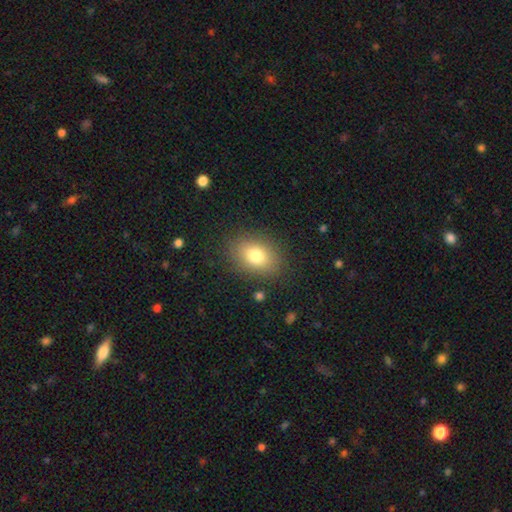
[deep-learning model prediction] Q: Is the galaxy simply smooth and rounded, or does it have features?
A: smooth — 78%.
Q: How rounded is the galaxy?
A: in between — 74%.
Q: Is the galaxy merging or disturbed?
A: none — 84%.